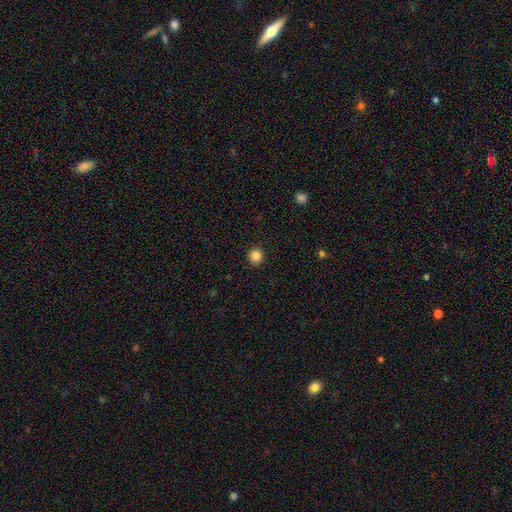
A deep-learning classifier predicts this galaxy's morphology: Smooth or featured? Predicted: smooth (p=0.85). How rounded? Predicted: round (p=0.92). Merging? Predicted: none (p=0.92).